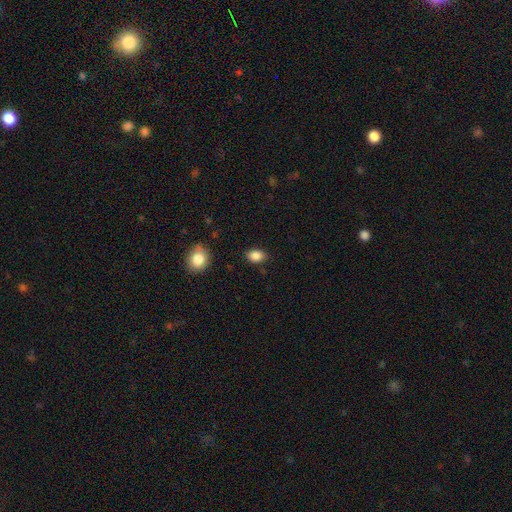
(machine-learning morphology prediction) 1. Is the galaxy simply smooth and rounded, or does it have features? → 87% smooth, 9% star or artifact, 4% featured or disk.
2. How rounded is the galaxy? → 77% in between, 22% round, 1% cigar-shaped.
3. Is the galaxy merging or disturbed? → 84% none, 12% minor disturbance, 3% major disturbance, 2% merger.